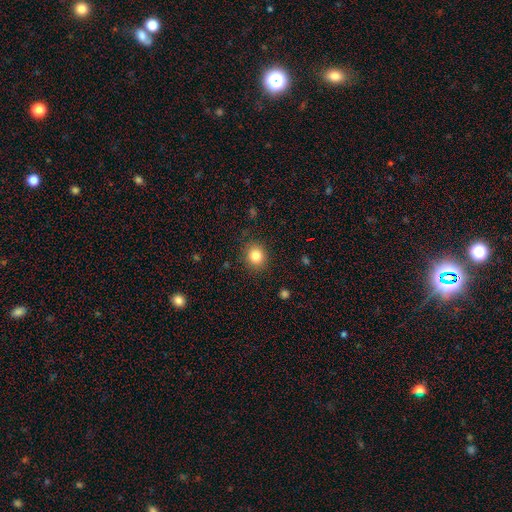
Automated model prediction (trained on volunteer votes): Q: Smooth or featured?
A: smooth (83%); runner-up: star or artifact (11%)
Q: How rounded?
A: round (78%); runner-up: in between (21%)
Q: Merging?
A: none (87%); runner-up: minor disturbance (9%)